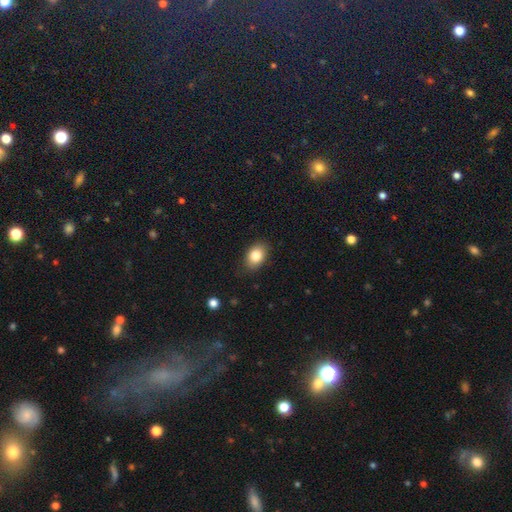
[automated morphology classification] type=smooth (83%); roundness=in between (81%); merging=none (84%).